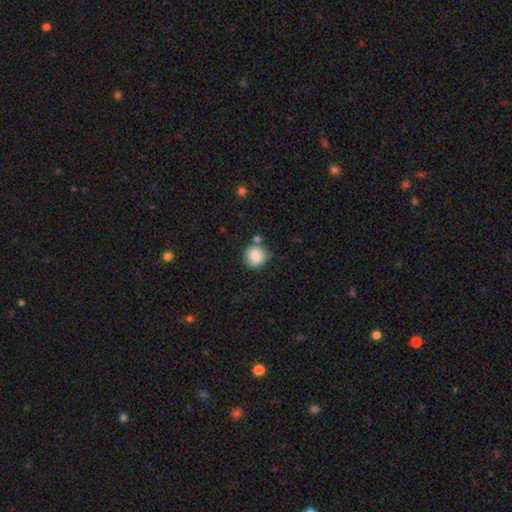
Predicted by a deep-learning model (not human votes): This appears to be a smooth galaxy with no disk features (84%) that is round (89%). Merging: none (70%).